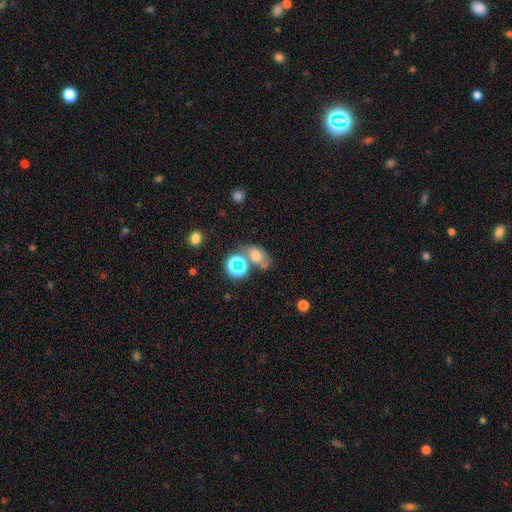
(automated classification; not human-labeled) Morphology: type=smooth (50%); roundness=in between (67%); merging=none (45%).